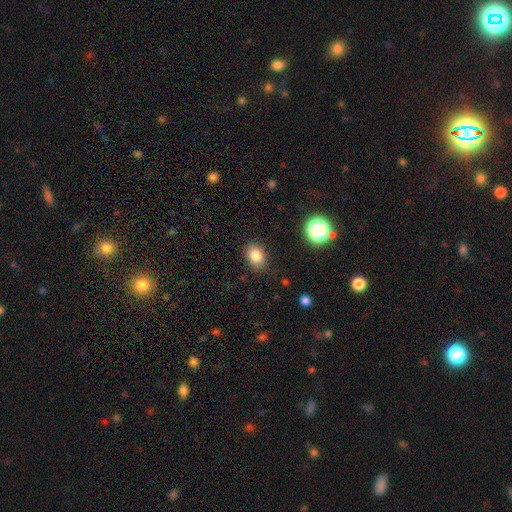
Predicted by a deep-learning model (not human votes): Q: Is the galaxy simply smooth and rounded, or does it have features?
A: smooth — 83%.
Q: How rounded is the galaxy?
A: in between — 70%.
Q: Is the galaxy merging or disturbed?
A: none — 86%.